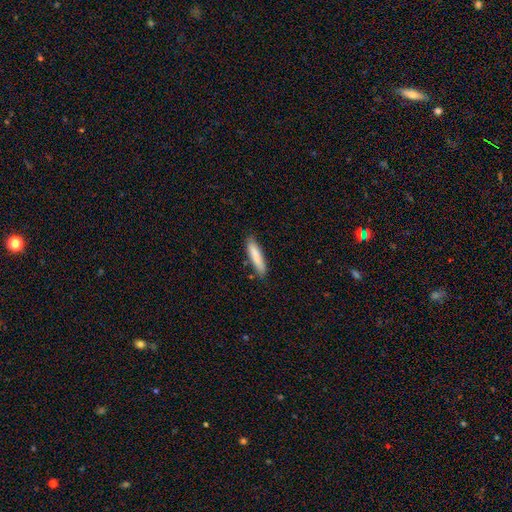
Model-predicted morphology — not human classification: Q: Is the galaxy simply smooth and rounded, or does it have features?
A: smooth — 84%.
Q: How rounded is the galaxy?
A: cigar-shaped — 81%.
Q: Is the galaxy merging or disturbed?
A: none — 82%.